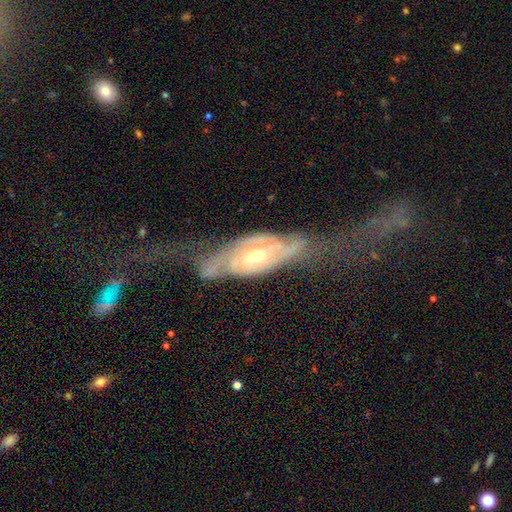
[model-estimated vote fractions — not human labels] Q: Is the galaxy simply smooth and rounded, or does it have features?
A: featured or disk — 88%.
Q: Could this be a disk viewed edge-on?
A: no — 84%.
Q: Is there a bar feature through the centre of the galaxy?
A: no — 45%.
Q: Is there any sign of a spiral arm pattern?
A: yes — 91%.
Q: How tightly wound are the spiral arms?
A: tight — 43%.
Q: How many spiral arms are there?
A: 2 — 74%.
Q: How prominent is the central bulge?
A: moderate — 66%.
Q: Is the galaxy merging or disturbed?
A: major disturbance — 39%, tied with none.